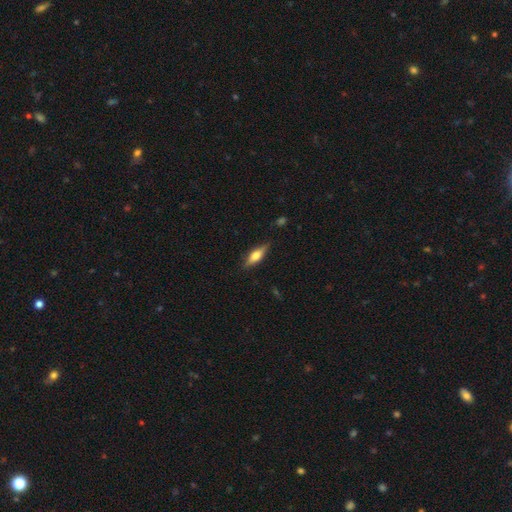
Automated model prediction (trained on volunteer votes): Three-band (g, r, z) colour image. It shows a smooth galaxy with no disk features (50%). Merging: none (85%).